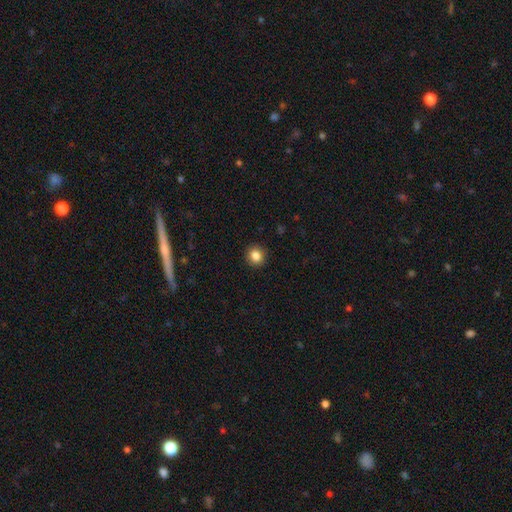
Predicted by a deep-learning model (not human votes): This is clearly a smooth galaxy (85%). How rounded: clearly round (85%). Merging: clearly none (91%).